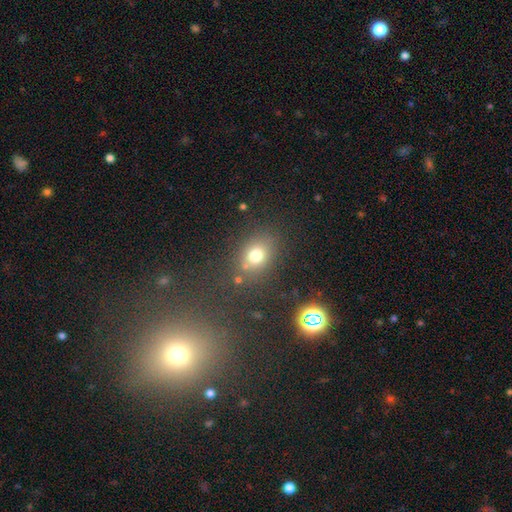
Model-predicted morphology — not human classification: smooth 73%, star or artifact 17%, featured or disk 10%. Down the decision tree: how rounded — in between (50%); merging — none (70%).